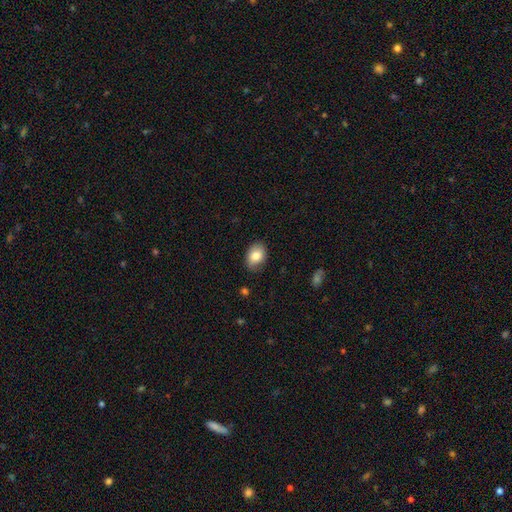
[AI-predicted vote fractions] smooth_or_featured: smooth (p=0.82) [alt: featured or disk p=0.10]
how_rounded: in between (p=0.76) [alt: round p=0.23]
merging: none (p=0.80) [alt: minor disturbance p=0.16]